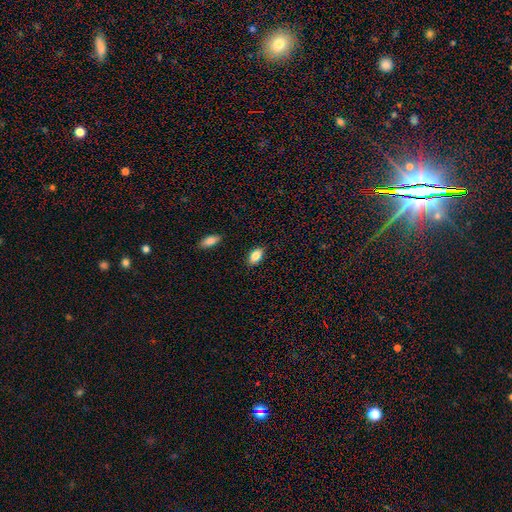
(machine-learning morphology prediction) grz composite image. It shows a smooth galaxy with no disk features (85%) that is in between round and cigar-shaped (90%). Merging: none (87%).